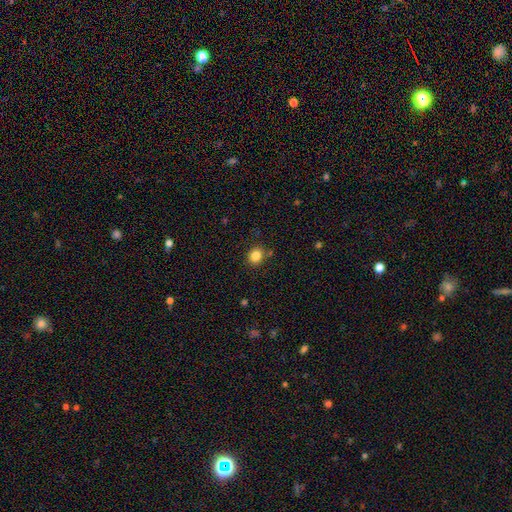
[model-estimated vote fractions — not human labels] Smooth or featured? Predicted: smooth (p=0.84). How rounded? Predicted: round (p=0.79). Merging? Predicted: none (p=0.84).